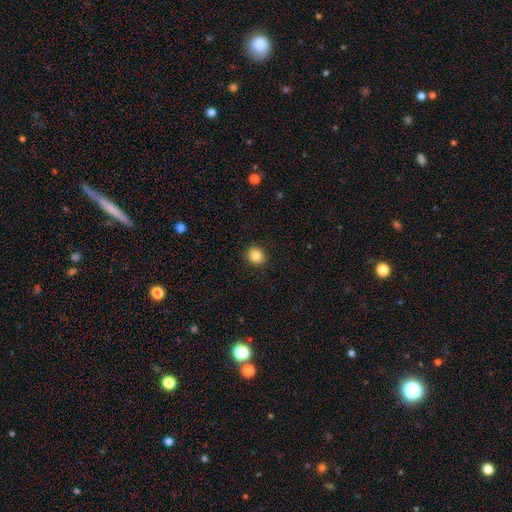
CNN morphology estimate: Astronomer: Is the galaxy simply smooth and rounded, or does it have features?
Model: smooth — 85%.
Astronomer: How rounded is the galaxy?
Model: round — 72%.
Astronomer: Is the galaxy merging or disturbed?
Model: none — 91%.